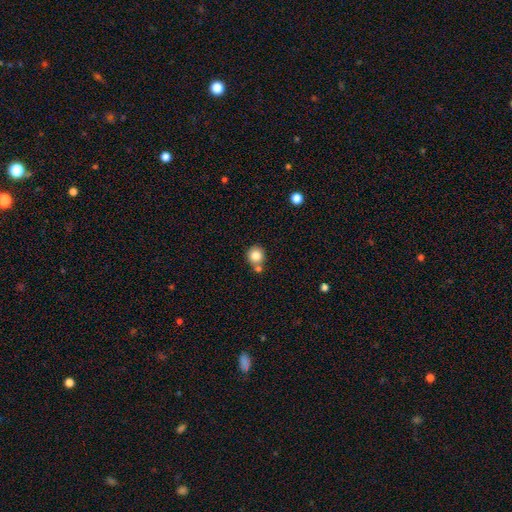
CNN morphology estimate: This is clearly a smooth galaxy (83%). How rounded: clearly round (88%). Merging: likely none (64%).